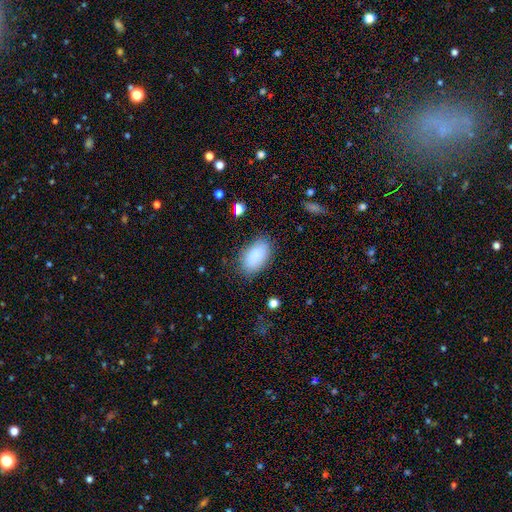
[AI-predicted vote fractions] Morphology: type=smooth (86%); roundness=in between (94%); merging=none (80%).